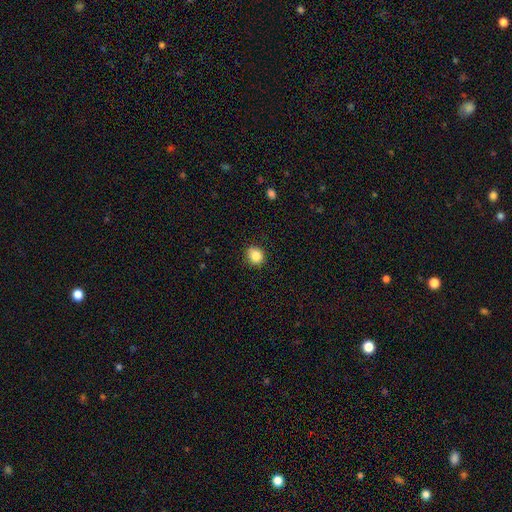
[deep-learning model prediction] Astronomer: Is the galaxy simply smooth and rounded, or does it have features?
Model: smooth — 85%.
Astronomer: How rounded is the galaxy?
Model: round — 74%.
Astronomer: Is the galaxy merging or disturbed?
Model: none — 87%.